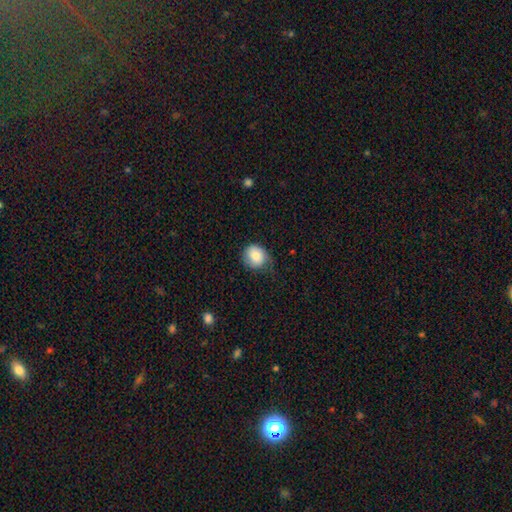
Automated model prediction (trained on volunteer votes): A smooth galaxy with no disk features (81%) that is round (74%). Merging: none (55%).